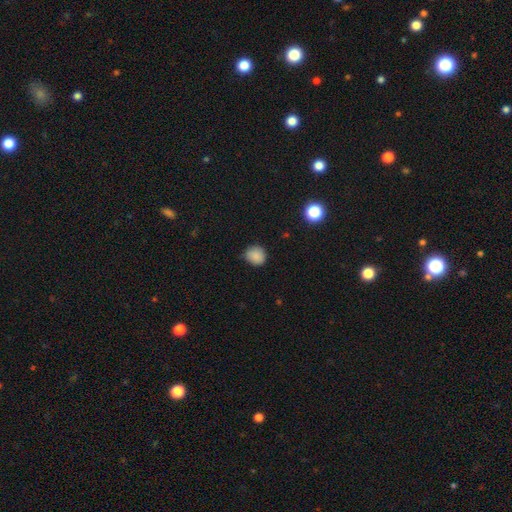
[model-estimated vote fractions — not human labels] smooth_or_featured: smooth (p=0.86) [alt: star or artifact p=0.10]
how_rounded: round (p=0.82) [alt: in between p=0.17]
merging: none (p=0.72) [alt: minor disturbance p=0.23]